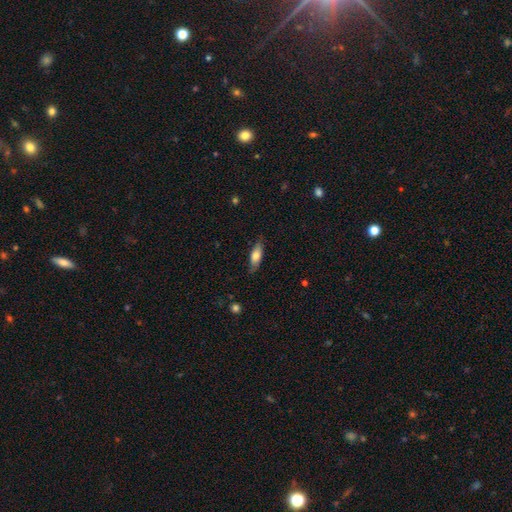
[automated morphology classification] type=smooth (69%); roundness=in between (68%); merging=none (76%).